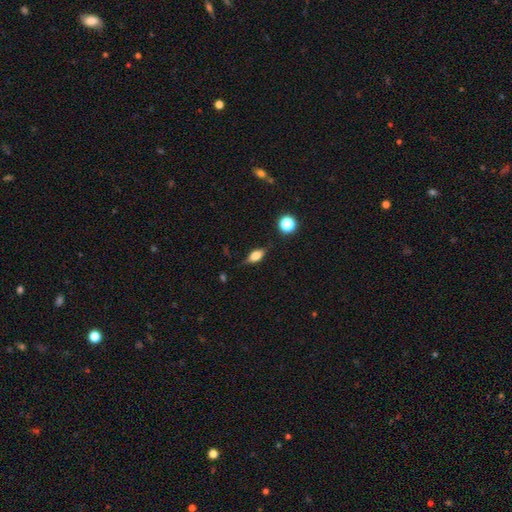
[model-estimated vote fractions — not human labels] Smooth or featured?
  - smooth: 68% *
  - featured or disk: 22%
  - star or artifact: 10%
How rounded?
  - in between: 78% *
  - cigar-shaped: 11%
  - round: 11%
Merging?
  - none: 75% *
  - minor disturbance: 19%
  - major disturbance: 5%
  - merger: 2%